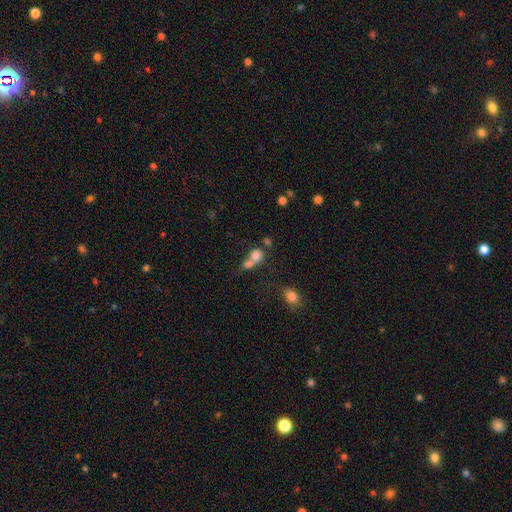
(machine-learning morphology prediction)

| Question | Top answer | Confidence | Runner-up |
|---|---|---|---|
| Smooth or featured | smooth | 75% | featured or disk (13%) |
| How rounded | round | 63% | in between (35%) |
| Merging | merger | 64% | none (25%) |